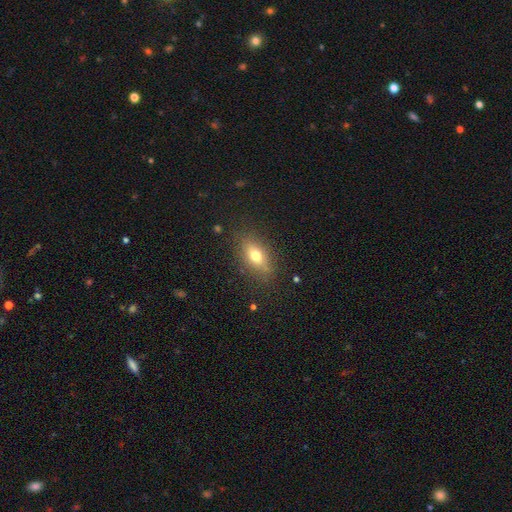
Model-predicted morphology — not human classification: A smooth galaxy with no disk features (71%) that is in between round and cigar-shaped (80%). Merging: none (81%).